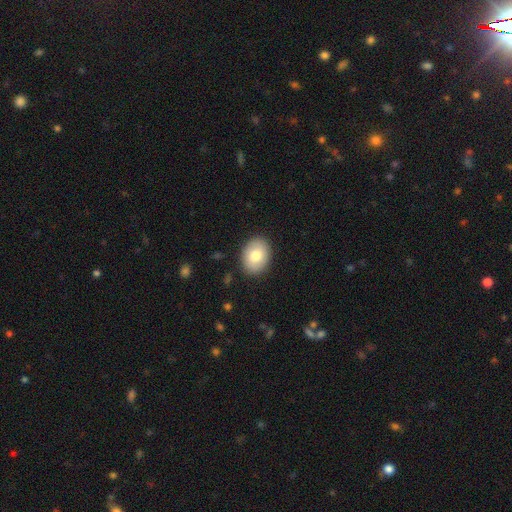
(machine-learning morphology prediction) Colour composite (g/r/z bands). It shows a smooth galaxy with no disk features (79%) that is in between round and cigar-shaped (70%). Merging: none (88%).